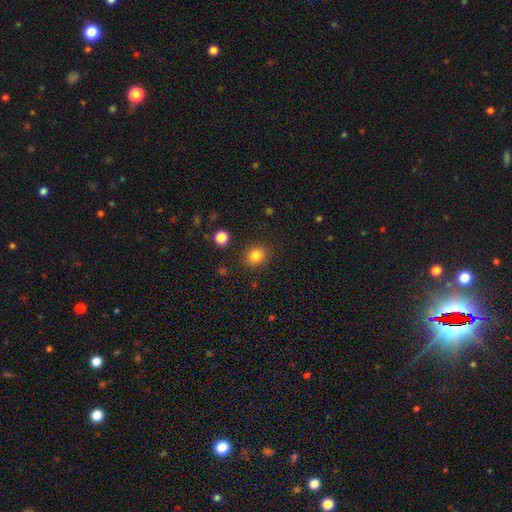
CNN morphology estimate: This appears to be a smooth galaxy with no disk features (84%) that is round (79%). Merging: none (86%).